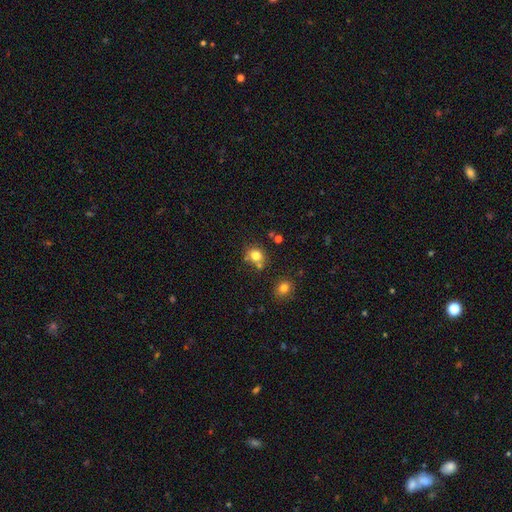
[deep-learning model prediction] The model was most divided on "merging": none: 64%, merger: 19%, minor disturbance: 13%, major disturbance: 4%. More confident: smooth or featured — smooth (79%); how rounded — round (76%).